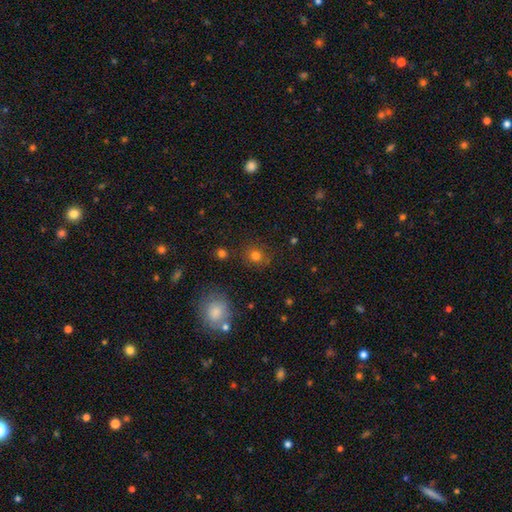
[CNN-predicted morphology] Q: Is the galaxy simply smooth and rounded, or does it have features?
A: smooth — 77%.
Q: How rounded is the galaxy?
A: round — 82%.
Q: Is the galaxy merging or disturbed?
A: none — 79%.